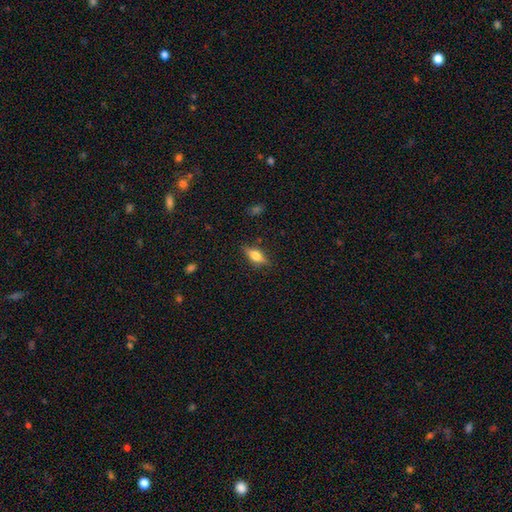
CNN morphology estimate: The model was most divided on "smooth or featured": smooth: 54%, featured or disk: 38%, star or artifact: 8%. More confident: merging — none (82%); how rounded — in between (65%).